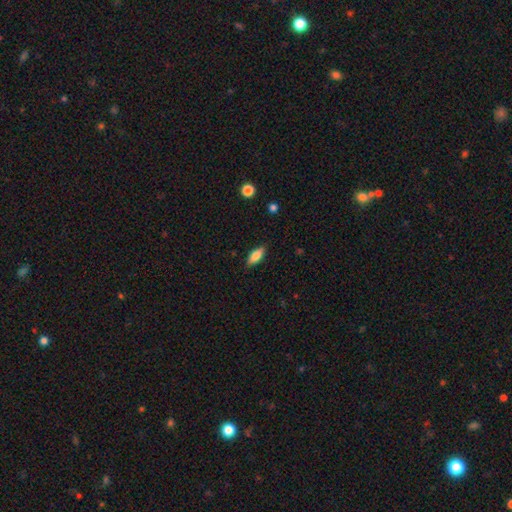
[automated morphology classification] type=smooth (79%); roundness=in between (77%); merging=none (86%).